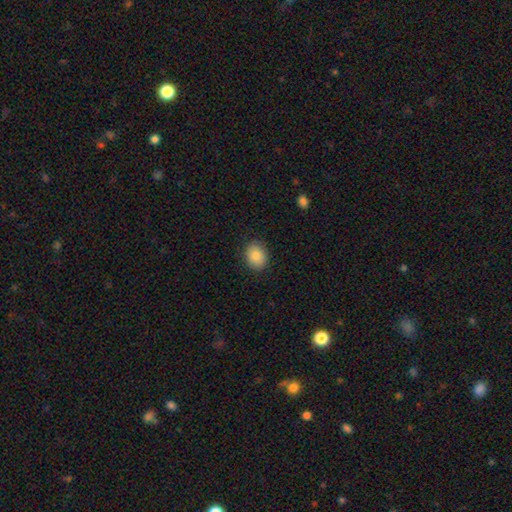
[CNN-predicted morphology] Q: Smooth or featured?
A: smooth (84%); runner-up: star or artifact (8%)
Q: How rounded?
A: round (50%); runner-up: in between (49%)
Q: Merging?
A: none (87%); runner-up: minor disturbance (10%)